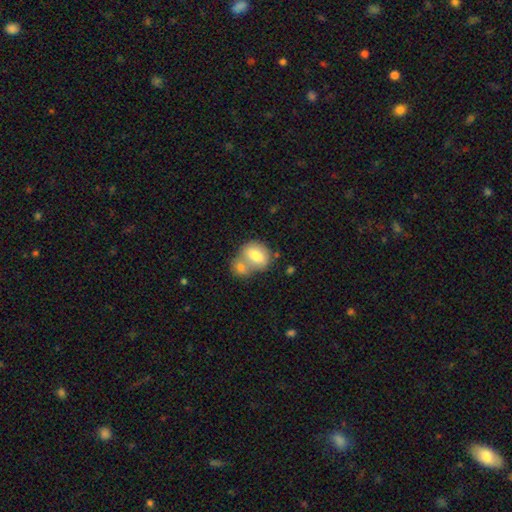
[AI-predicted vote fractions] This is likely a smooth galaxy (74%). How rounded: possibly in between (59%). Merging: possibly merger (57%).